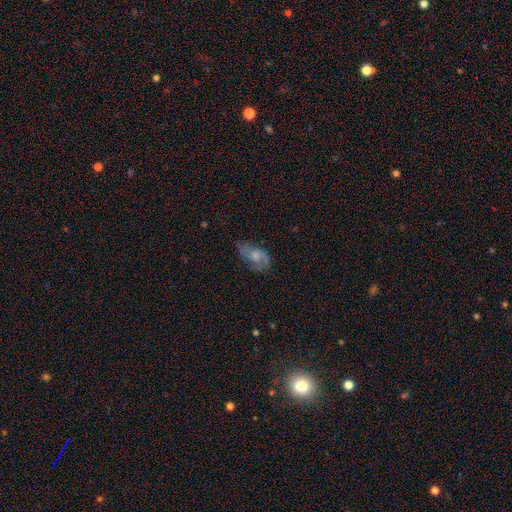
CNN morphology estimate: Smooth or featured?
  - featured or disk: 57% *
  - smooth: 35%
  - star or artifact: 8%
Edge-on disk?
  - no: 95% *
  - yes: 5%
Bar?
  - no: 72% *
  - weak: 25%
  - strong: 3%
Spiral arms?
  - yes: 82% *
  - no: 18%
Bulge size?
  - small: 42% *
  - moderate: 40%
  - none: 11%
  - large: 6%
  - dominant: 1%
Merging?
  - none: 49% *
  - minor disturbance: 29%
  - major disturbance: 20%
  - merger: 2%